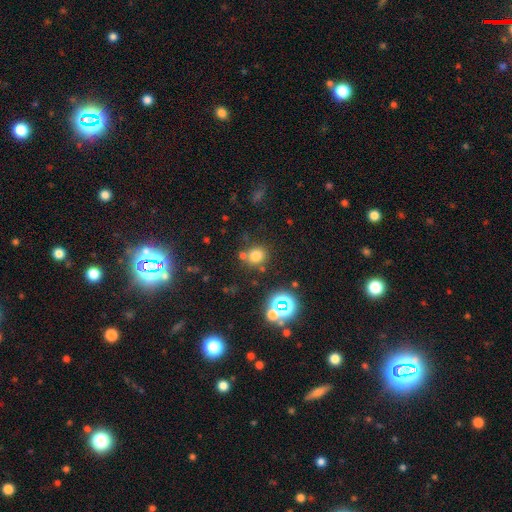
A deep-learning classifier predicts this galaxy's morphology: type=smooth (72%); roundness=round (86%); merging=none (72%).